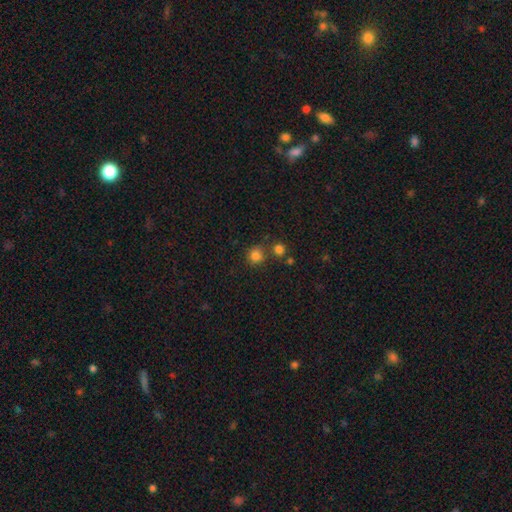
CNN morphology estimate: smooth 81%, star or artifact 14%, featured or disk 5%. Down the decision tree: how rounded — round (89%); merging — none (72%).